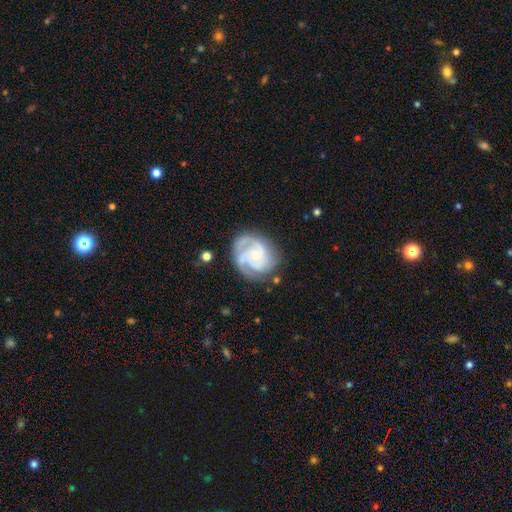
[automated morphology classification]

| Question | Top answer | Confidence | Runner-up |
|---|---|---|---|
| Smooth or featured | featured or disk | 86% | smooth (9%) |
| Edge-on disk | no | 98% | yes (2%) |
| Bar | no | 71% | weak (24%) |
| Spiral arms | yes | 97% | no (3%) |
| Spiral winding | tight | 58% | medium (35%) |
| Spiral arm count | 3 | 53% | 2 (17%) |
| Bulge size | small | 71% | moderate (22%) |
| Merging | none | 73% | minor disturbance (17%) |